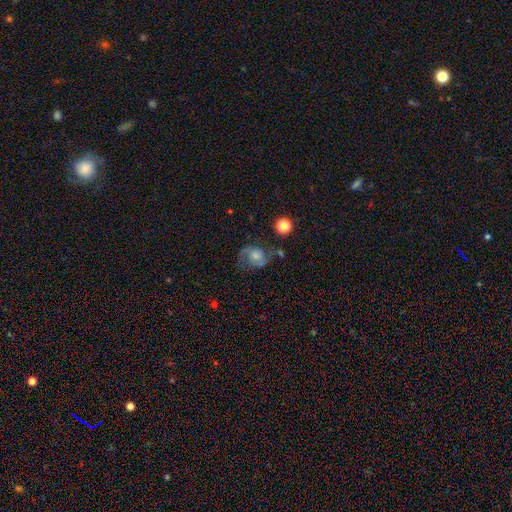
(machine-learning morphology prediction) A featured or disk galaxy (68%) with no bar (68%), 2 (82%) medium (50%) spiral arms (90%) and a moderate central bulge (46%).

Vote fractions:
- Smooth or featured? featured or disk: 68% / smooth: 20% / star or artifact: 12%
- Edge-on disk? no: 97% / yes: 3%
- Bar? no: 68% / weak: 27% / strong: 5%
- Spiral arms? yes: 90% / no: 10%
- Spiral winding? medium: 50% / tight: 27% / loose: 23%
- Spiral arm count? 2: 82% / can't tell: 8% / 1: 5% / 3: 2% / 4: 1% / more than 4: 1%
- Bulge size? moderate: 46% / small: 27% / large: 15% / none: 9% / dominant: 2%
- Merging? none: 64% / minor disturbance: 20% / major disturbance: 13% / merger: 4%